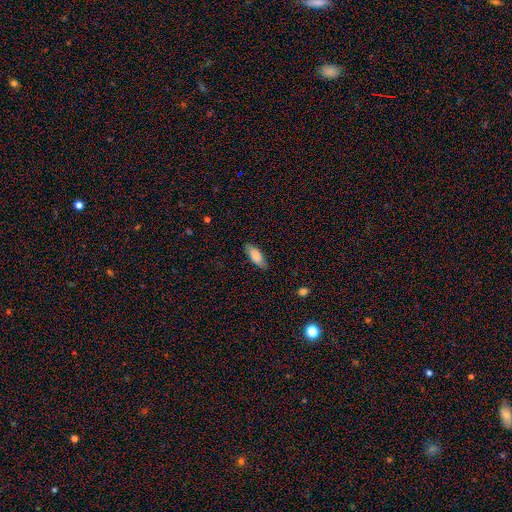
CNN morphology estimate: Q: Smooth or featured?
A: smooth (83%); runner-up: featured or disk (11%)
Q: How rounded?
A: in between (79%); runner-up: cigar-shaped (19%)
Q: Merging?
A: none (83%); runner-up: minor disturbance (14%)